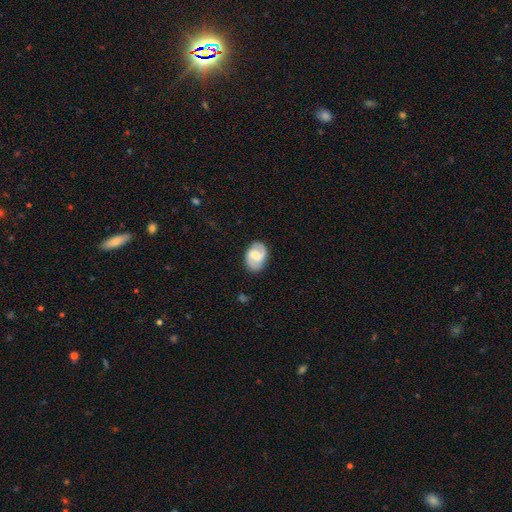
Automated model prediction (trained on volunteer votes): Smooth or featured?
  - featured or disk: 76% *
  - smooth: 18%
  - star or artifact: 6%
Edge-on disk?
  - no: 98% *
  - yes: 2%
Bar?
  - weak: 52% *
  - no: 26%
  - strong: 22%
Spiral arms?
  - yes: 94% *
  - no: 6%
Spiral winding?
  - medium: 50% *
  - tight: 30%
  - loose: 20%
Spiral arm count?
  - 2: 90% *
  - can't tell: 5%
  - 1: 2%
  - 3: 1%
  - 4: 1%
  - more than 4: 1%
Bulge size?
  - moderate: 35% *
  - small: 25%
  - none: 23%
  - large: 15%
  - dominant: 2%
Merging?
  - none: 82% *
  - minor disturbance: 13%
  - major disturbance: 4%
  - merger: 1%